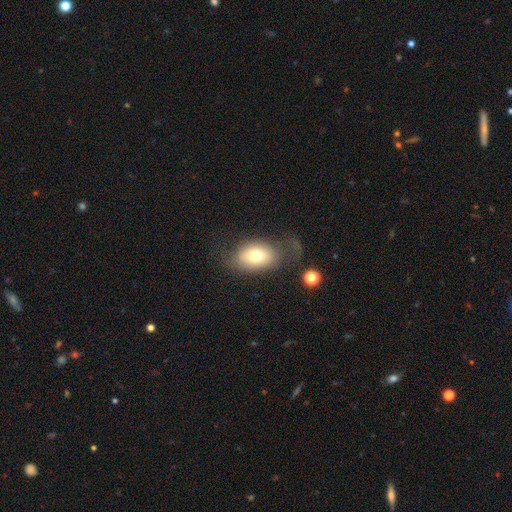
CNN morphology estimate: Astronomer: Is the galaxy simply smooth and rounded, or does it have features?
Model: smooth — 70%.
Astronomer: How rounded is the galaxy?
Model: in between — 81%.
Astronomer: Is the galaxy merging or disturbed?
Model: none — 52%.